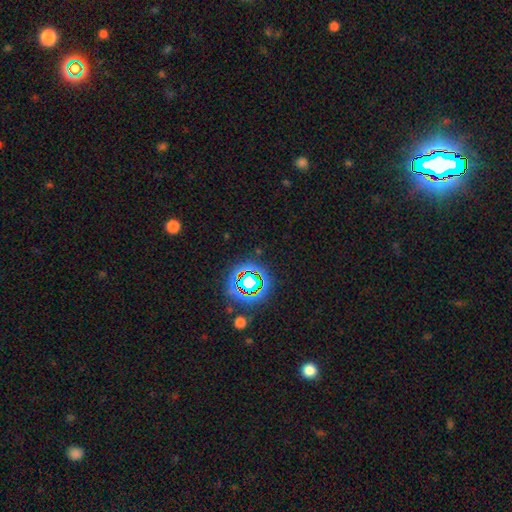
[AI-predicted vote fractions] The model was most divided on "smooth or featured": star or artifact: 76%, smooth: 14%, featured or disk: 10%.